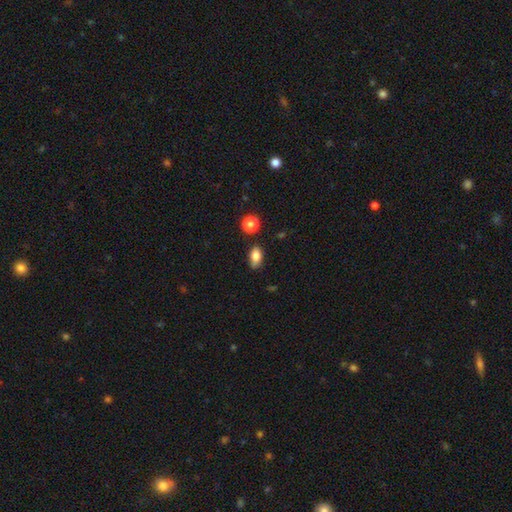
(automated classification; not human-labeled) Smooth or featured? Predicted: smooth (p=0.81). How rounded? Predicted: in between (p=0.84). Merging? Predicted: none (p=0.70).